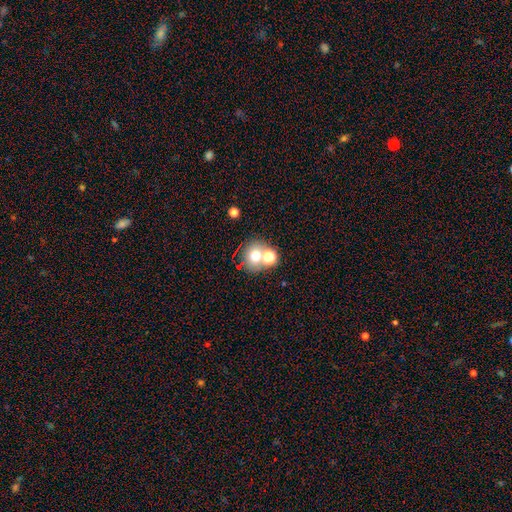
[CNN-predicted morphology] Smooth or featured? Predicted: smooth (p=0.68). How rounded? Predicted: round (p=0.78). Merging? Predicted: none (p=0.54).